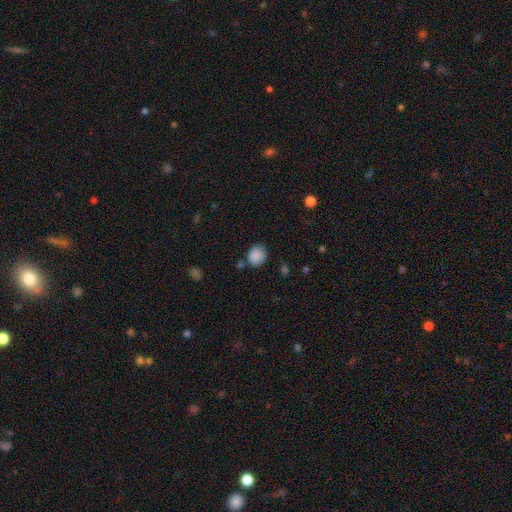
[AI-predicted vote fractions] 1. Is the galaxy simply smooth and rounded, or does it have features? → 87% smooth, 9% star or artifact, 4% featured or disk.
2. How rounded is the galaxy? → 75% round, 24% in between, 1% cigar-shaped.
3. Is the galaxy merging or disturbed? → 72% none, 18% minor disturbance, 6% merger, 5% major disturbance.